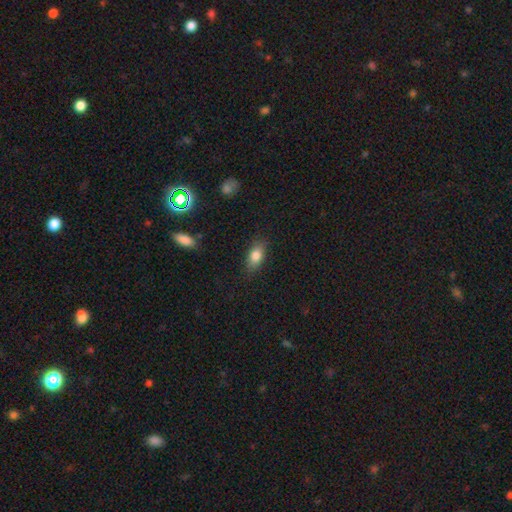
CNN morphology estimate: This is clearly a smooth galaxy (80%). How rounded: clearly in between (84%). Merging: clearly none (83%).